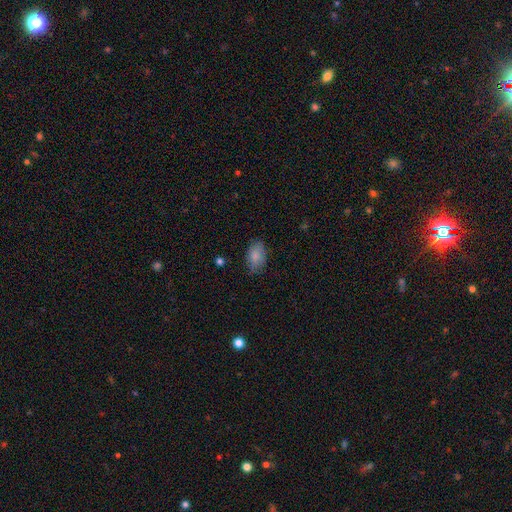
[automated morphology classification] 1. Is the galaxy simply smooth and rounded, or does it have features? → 85% smooth, 8% featured or disk, 7% star or artifact.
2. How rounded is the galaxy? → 91% in between, 7% round, 2% cigar-shaped.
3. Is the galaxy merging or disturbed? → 77% none, 18% minor disturbance, 4% major disturbance, 1% merger.